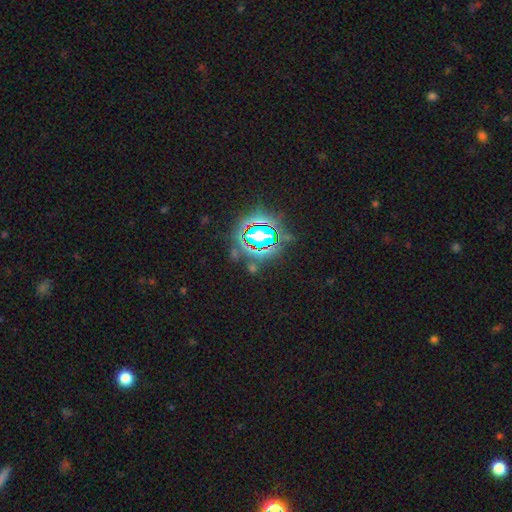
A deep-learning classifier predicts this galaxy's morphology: Q: Smooth or featured?
A: star or artifact (81%); runner-up: smooth (12%)